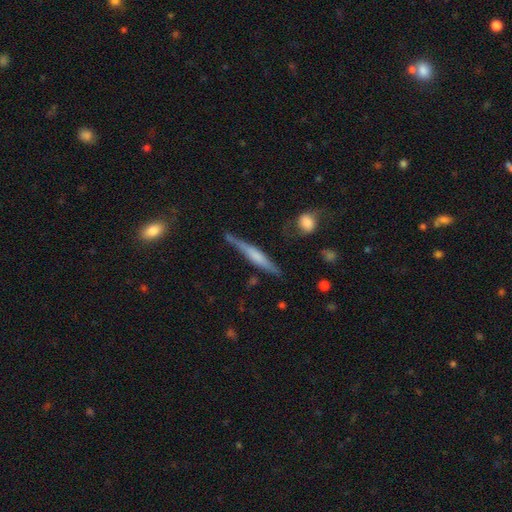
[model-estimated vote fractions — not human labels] The model was most divided on "edge-on bulge": rounded: 39%, boxy: 30%, none: 30%. More confident: edge-on disk — yes (95%); merging — none (74%); smooth or featured — featured or disk (54%).